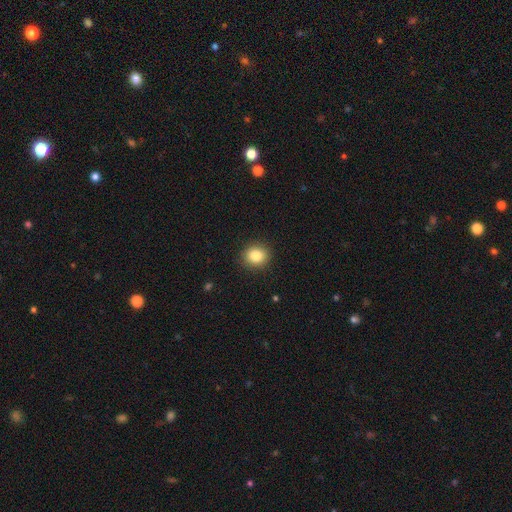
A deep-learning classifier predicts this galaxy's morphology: Smooth or featured?
  - smooth: 84% *
  - star or artifact: 10%
  - featured or disk: 6%
How rounded?
  - round: 82% *
  - in between: 17%
  - cigar-shaped: 1%
Merging?
  - none: 90% *
  - minor disturbance: 7%
  - major disturbance: 2%
  - merger: 1%